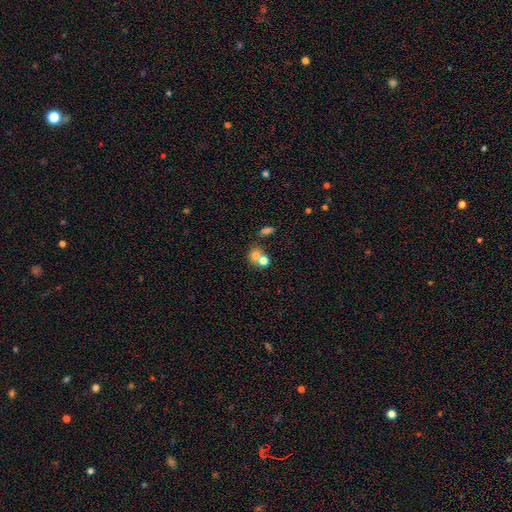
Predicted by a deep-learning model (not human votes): Smooth or featured: smooth — 72% (featured or disk — 15%)
How rounded: round — 62% (in between — 37%)
Merging: merger — 53% (none — 32%)